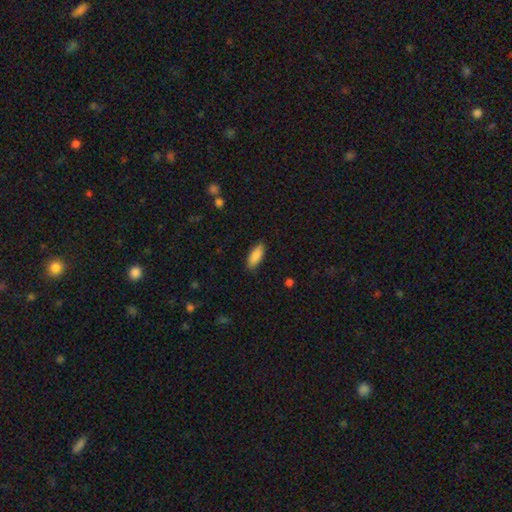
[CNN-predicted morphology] This is clearly a smooth galaxy (89%). How rounded: likely in between (79%). Merging: clearly none (86%).